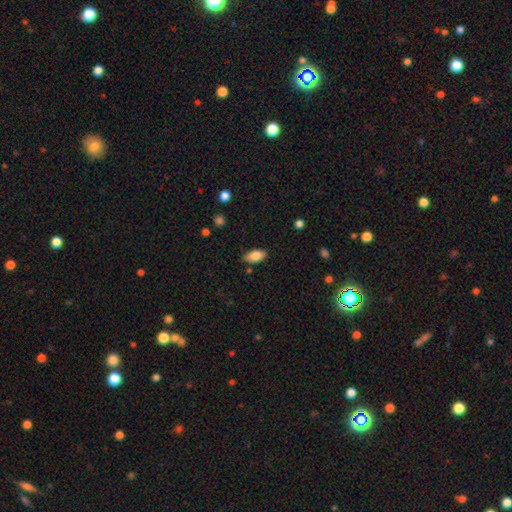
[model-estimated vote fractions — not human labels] A smooth galaxy with no disk features (80%) that is in between round and cigar-shaped (91%). Merging: none (83%).